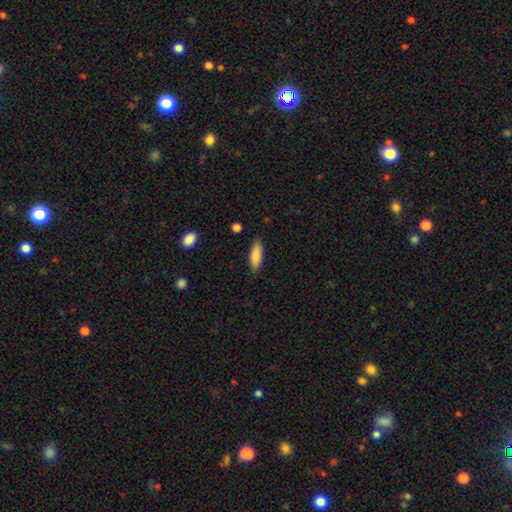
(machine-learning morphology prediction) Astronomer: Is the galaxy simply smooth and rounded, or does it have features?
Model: smooth — 83%.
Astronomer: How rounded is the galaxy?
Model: in between — 55% (runner-up: cigar-shaped, 43%).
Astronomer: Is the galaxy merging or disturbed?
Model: none — 86%.